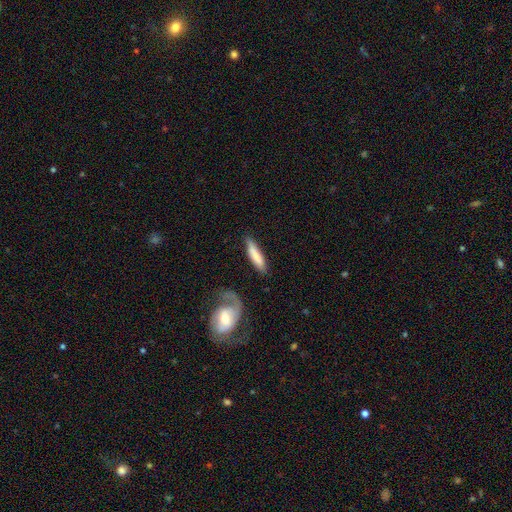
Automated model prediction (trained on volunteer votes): smooth-or-featured: smooth: 72% | featured or disk: 23% | star or artifact: 5%
  how-rounded: cigar-shaped: 81% | in between: 18% | round: 2%
  merging: none: 70% | minor disturbance: 18% | major disturbance: 7% | merger: 5%